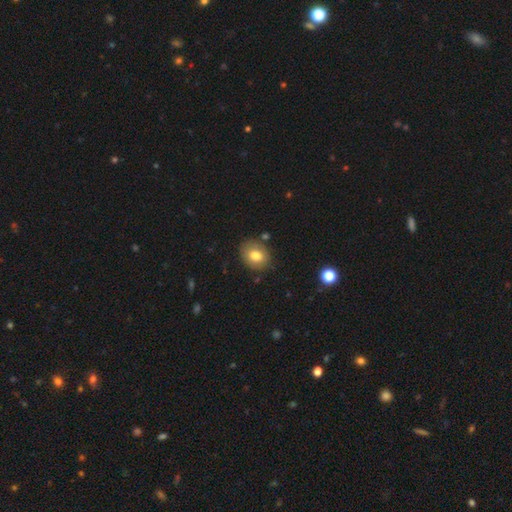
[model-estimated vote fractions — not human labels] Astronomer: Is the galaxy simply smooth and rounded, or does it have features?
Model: smooth — 77%.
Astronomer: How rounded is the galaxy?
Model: in between — 50% (runner-up: round, 49%).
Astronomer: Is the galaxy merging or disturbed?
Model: none — 81%.